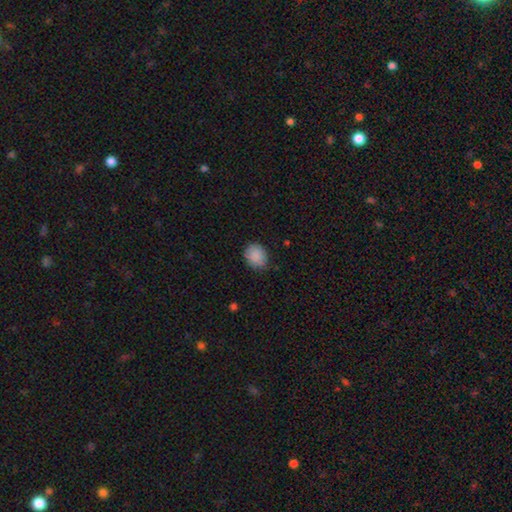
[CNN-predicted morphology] A smooth galaxy with no disk features (88%) that is round (62%).

Vote fractions:
- Smooth or featured? smooth: 88% / star or artifact: 8% / featured or disk: 4%
- How rounded? round: 62% / in between: 37% / cigar-shaped: 1%
- Merging? none: 78% / minor disturbance: 18% / major disturbance: 3% / merger: 1%